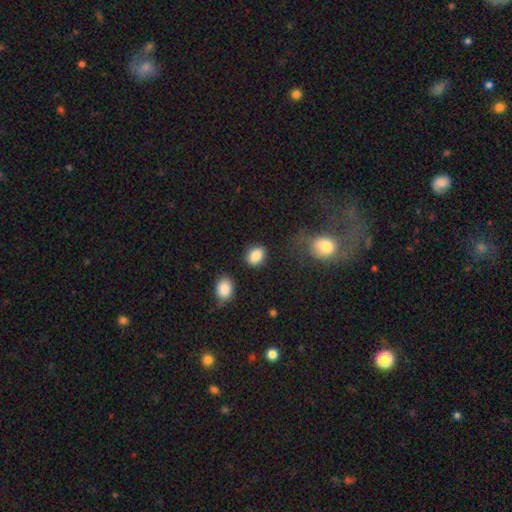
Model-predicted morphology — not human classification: This appears to be a smooth galaxy with no disk features (88%) that is in between round and cigar-shaped (65%). Merging: none (79%).